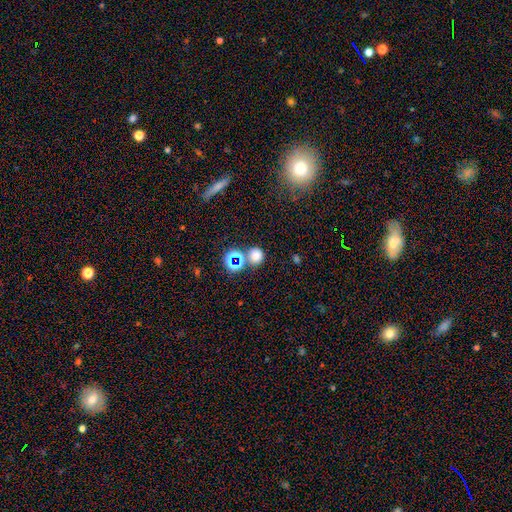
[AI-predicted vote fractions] smooth-or-featured: smooth: 70% | star or artifact: 24% | featured or disk: 7%
  how-rounded: round: 87% | in between: 12% | cigar-shaped: 1%
  merging: none: 71% | merger: 16% | minor disturbance: 9% | major disturbance: 4%